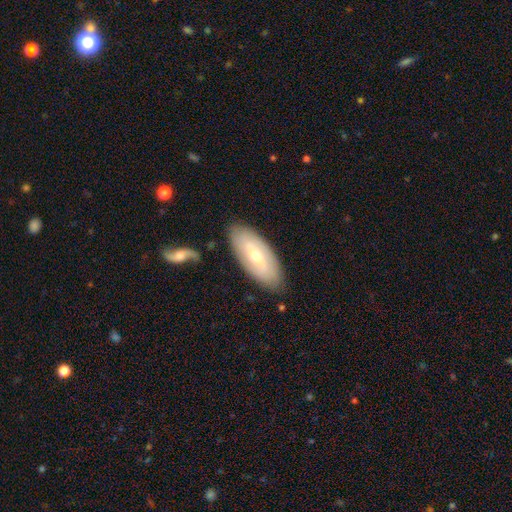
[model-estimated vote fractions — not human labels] Smooth or featured?
  - featured or disk: 52% *
  - smooth: 41%
  - star or artifact: 6%
Edge-on disk?
  - no: 82% *
  - yes: 18%
Merging?
  - none: 83% *
  - minor disturbance: 11%
  - merger: 3%
  - major disturbance: 3%